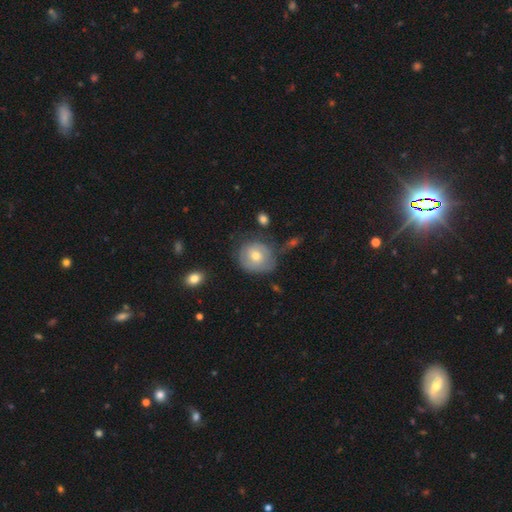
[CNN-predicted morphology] Smooth or featured: smooth — 56% (featured or disk — 37%)
How rounded: round — 80% (in between — 19%)
Merging: none — 56% (minor disturbance — 27%)